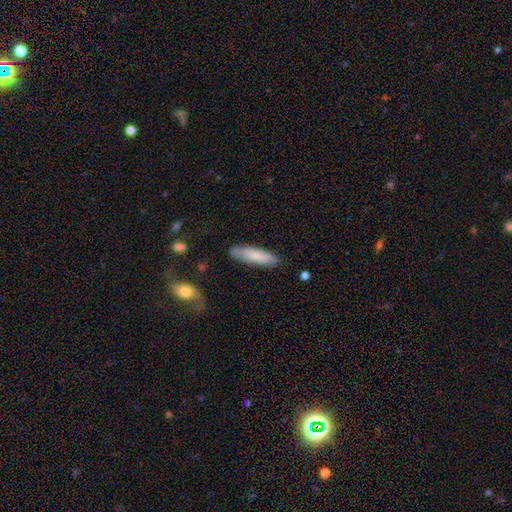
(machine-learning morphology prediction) Smooth or featured: smooth — 80% (featured or disk — 14%)
How rounded: cigar-shaped — 69% (in between — 30%)
Merging: none — 85% (minor disturbance — 11%)